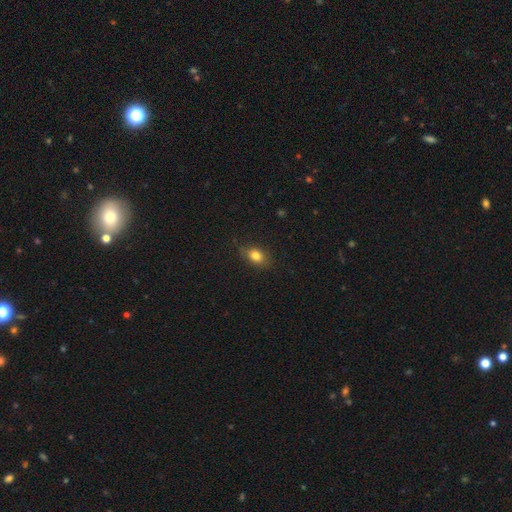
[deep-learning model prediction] Smooth or featured?
  - smooth: 82% *
  - star or artifact: 10%
  - featured or disk: 9%
How rounded?
  - in between: 77% *
  - round: 20%
  - cigar-shaped: 3%
Merging?
  - none: 81% *
  - minor disturbance: 15%
  - major disturbance: 3%
  - merger: 1%